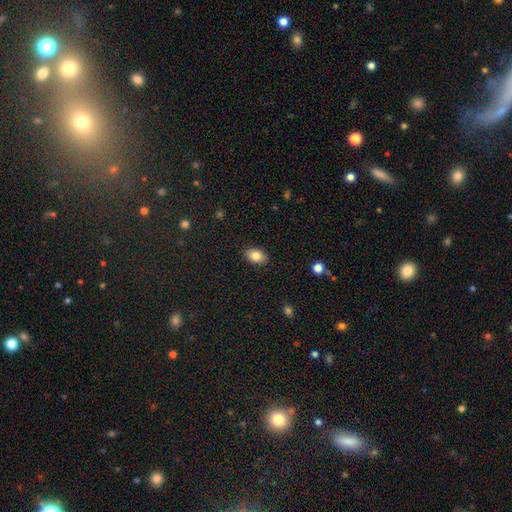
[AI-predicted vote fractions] smooth-or-featured: smooth: 84% | star or artifact: 8% | featured or disk: 8%
  how-rounded: in between: 83% | round: 16% | cigar-shaped: 1%
  merging: none: 88% | minor disturbance: 9% | major disturbance: 2% | merger: 1%